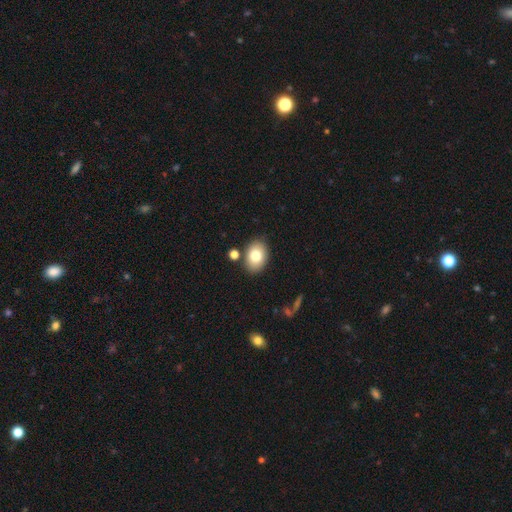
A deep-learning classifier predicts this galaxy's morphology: A smooth galaxy with no disk features (79%) that is in between round and cigar-shaped (78%).

Vote fractions:
- Smooth or featured? smooth: 79% / featured or disk: 12% / star or artifact: 9%
- How rounded? in between: 78% / round: 21% / cigar-shaped: 1%
- Merging? none: 82% / minor disturbance: 10% / merger: 5% / major disturbance: 2%